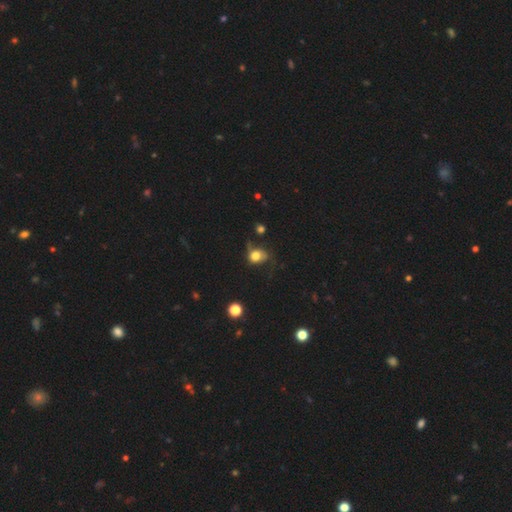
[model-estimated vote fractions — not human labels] A smooth galaxy with no disk features (70%) that is round (54%).

Vote fractions:
- Smooth or featured? smooth: 70% / featured or disk: 18% / star or artifact: 12%
- How rounded? round: 54% / in between: 44% / cigar-shaped: 1%
- Merging? none: 39% / minor disturbance: 30% / major disturbance: 26% / merger: 5%